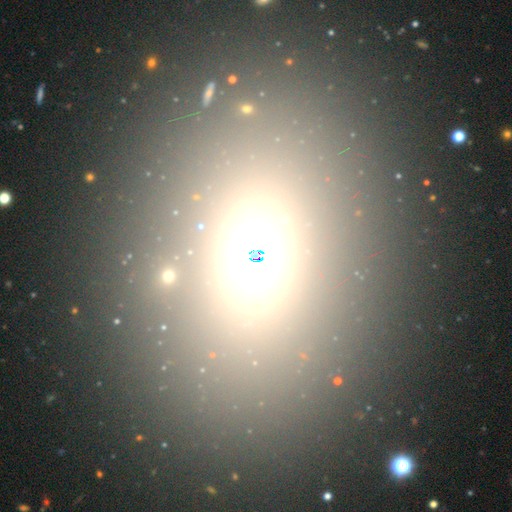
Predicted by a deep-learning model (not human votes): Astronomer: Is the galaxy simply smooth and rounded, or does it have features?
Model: smooth — 54% (runner-up: star or artifact, 30%).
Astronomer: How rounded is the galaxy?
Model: in between — 50% (runner-up: round, 46%).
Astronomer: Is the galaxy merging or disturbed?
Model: none — 78%.